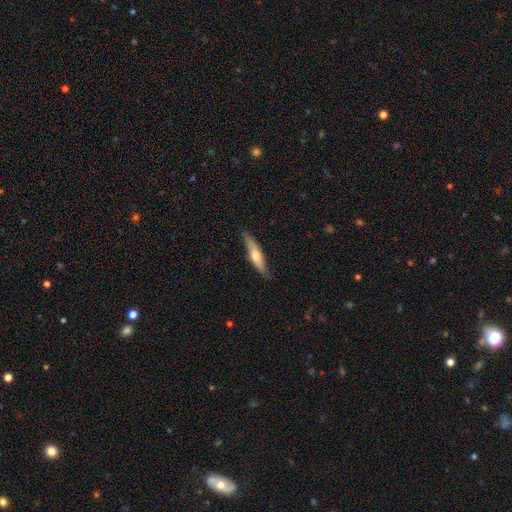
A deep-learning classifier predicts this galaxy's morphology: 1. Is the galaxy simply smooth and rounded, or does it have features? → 54% smooth, 41% featured or disk, 5% star or artifact.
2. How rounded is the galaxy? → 82% cigar-shaped, 16% in between, 2% round.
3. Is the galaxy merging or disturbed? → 81% none, 15% minor disturbance, 2% major disturbance, 1% merger.